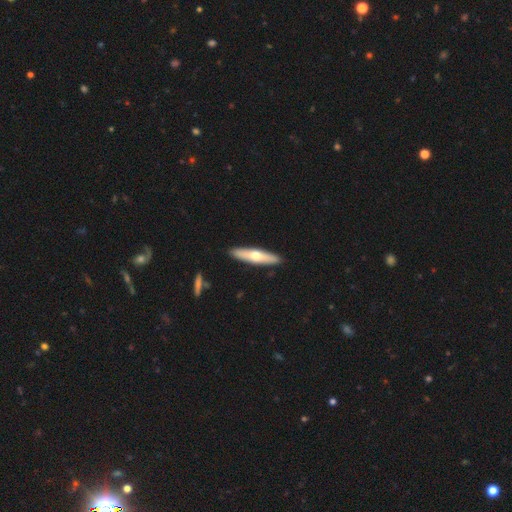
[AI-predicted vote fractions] Smooth or featured? smooth (50%)
Merging? none (91%)